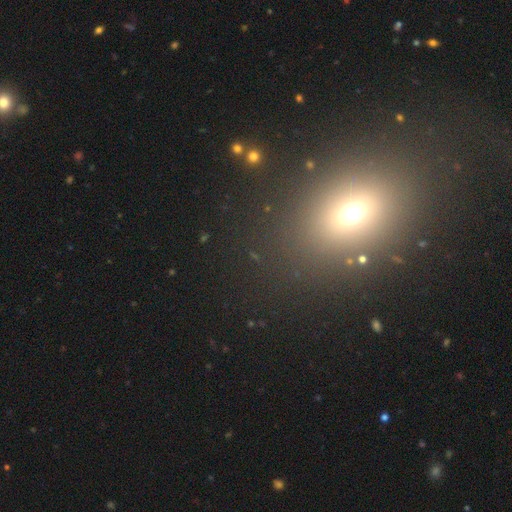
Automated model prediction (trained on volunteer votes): smooth-or-featured: smooth: 52% | star or artifact: 36% | featured or disk: 13%
  how-rounded: in between: 56% | round: 41% | cigar-shaped: 3%
  merging: none: 85% | minor disturbance: 8% | major disturbance: 4% | merger: 3%